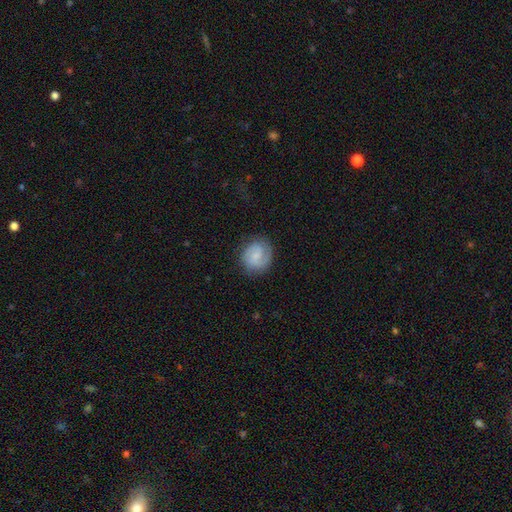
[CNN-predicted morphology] type=featured or disk (57%); edge-on=no (98%); bar=no (48%); spiral arms=yes (92%); winding=tight (45%); arm count=2 (64%); bulge=small (43%); merging=none (79%).